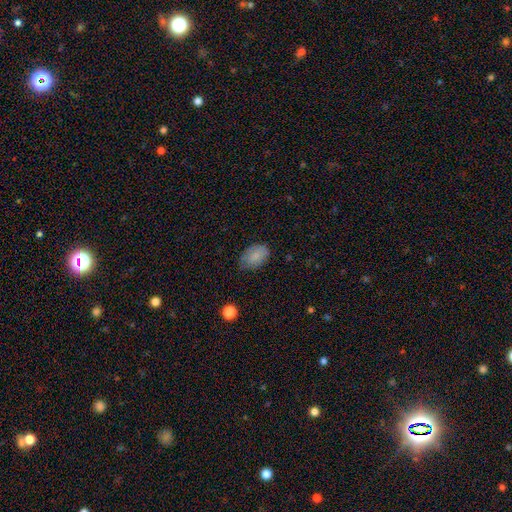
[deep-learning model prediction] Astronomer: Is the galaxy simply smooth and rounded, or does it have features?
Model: smooth — 83%.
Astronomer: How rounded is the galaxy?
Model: in between — 88%.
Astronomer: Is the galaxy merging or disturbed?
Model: none — 68%.